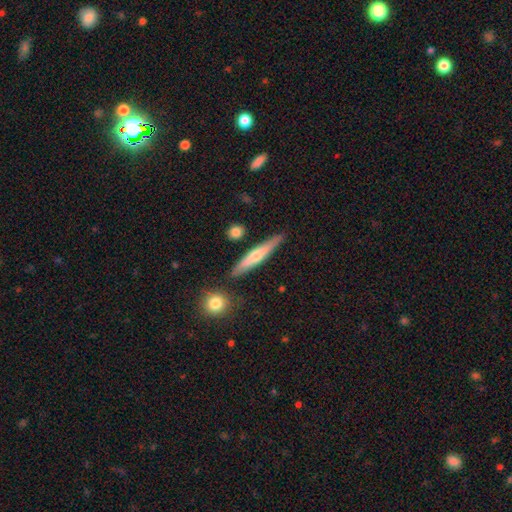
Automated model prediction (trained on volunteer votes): Smooth or featured: featured or disk — 49% (smooth — 44%)
Merging: none — 85% (minor disturbance — 10%)